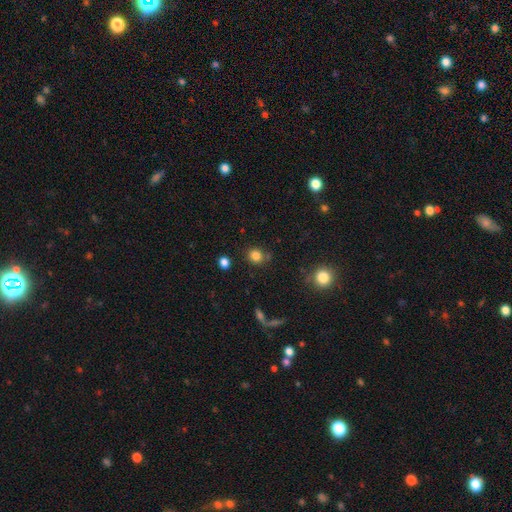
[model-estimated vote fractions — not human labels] Smooth or featured?
  - smooth: 83% *
  - star or artifact: 12%
  - featured or disk: 5%
How rounded?
  - round: 85% *
  - in between: 14%
  - cigar-shaped: 1%
Merging?
  - none: 78% *
  - minor disturbance: 11%
  - merger: 7%
  - major disturbance: 4%